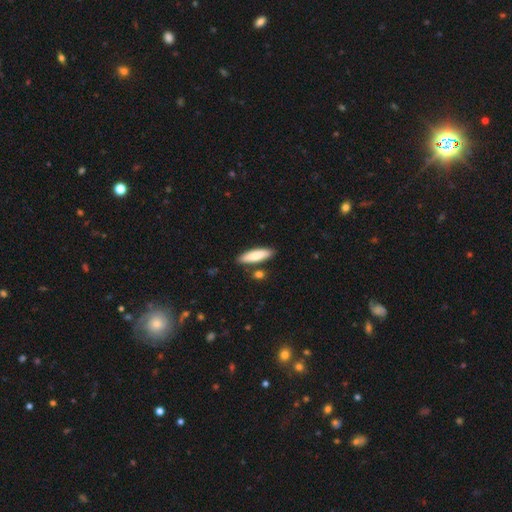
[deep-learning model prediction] Smooth or featured? Predicted: smooth (p=0.81). How rounded? Predicted: cigar-shaped (p=0.62). Merging? Predicted: none (p=0.82).